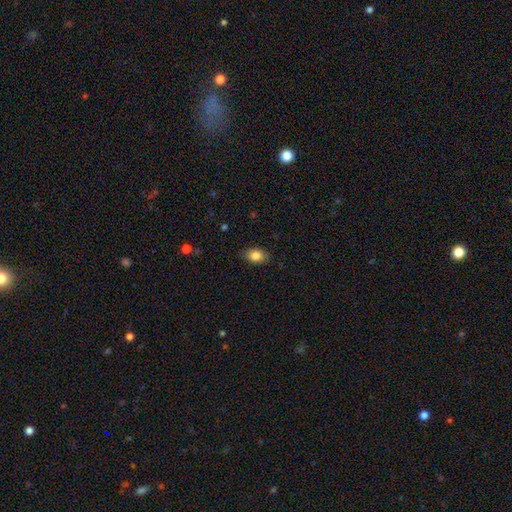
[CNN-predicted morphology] Smooth or featured? Predicted: smooth (p=0.83). How rounded? Predicted: in between (p=0.80). Merging? Predicted: none (p=0.83).